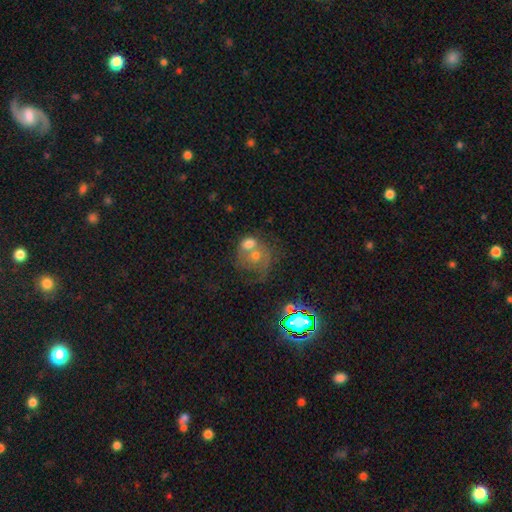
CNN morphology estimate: smooth 47%, featured or disk 39%, star or artifact 14%. Down the decision tree: merging — merger (64%).